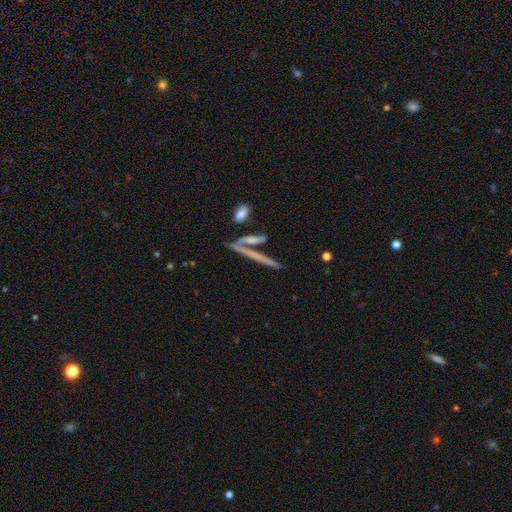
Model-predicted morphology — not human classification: Smooth or featured? featured or disk (50%)
Merging? none (60%)